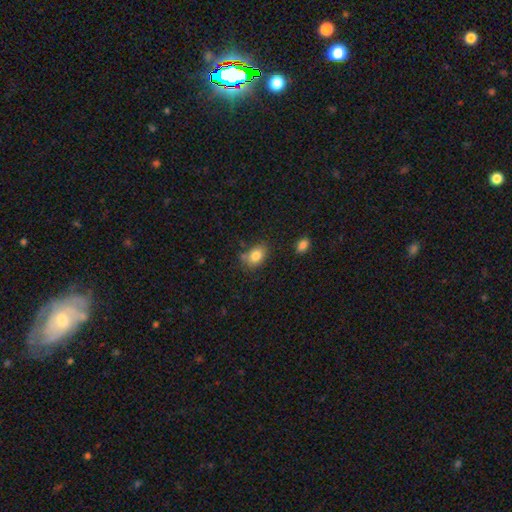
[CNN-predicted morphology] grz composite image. It shows a smooth galaxy with no disk features (82%) that is in between round and cigar-shaped (78%). Merging: none (67%).